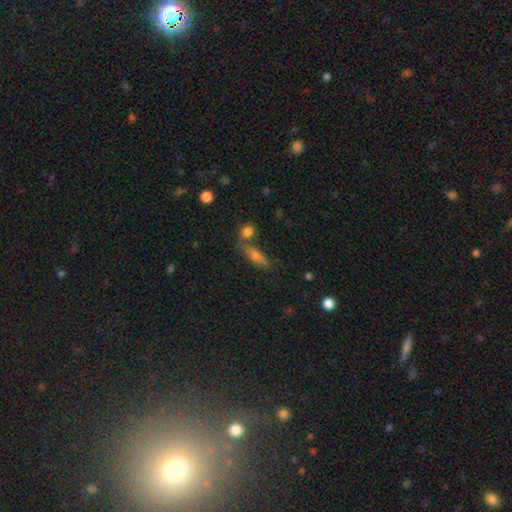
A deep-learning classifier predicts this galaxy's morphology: Overall: smooth (58%; featured or disk 31%). How rounded: cigar-shaped (63%; in between 33%). Merging: none (69%).